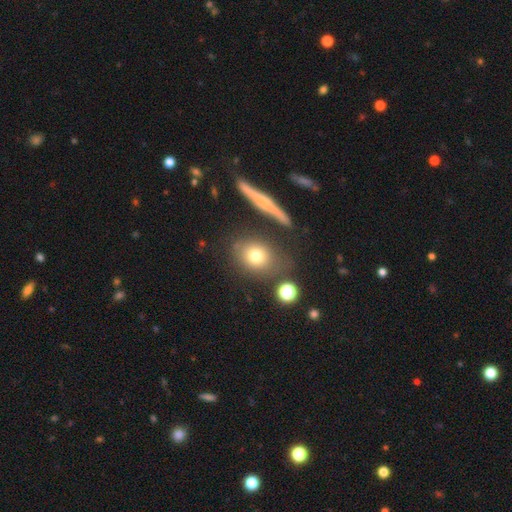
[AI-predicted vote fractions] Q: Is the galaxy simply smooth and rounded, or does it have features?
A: smooth — 73%.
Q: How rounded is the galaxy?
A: round — 58%.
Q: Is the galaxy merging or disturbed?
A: none — 71%.